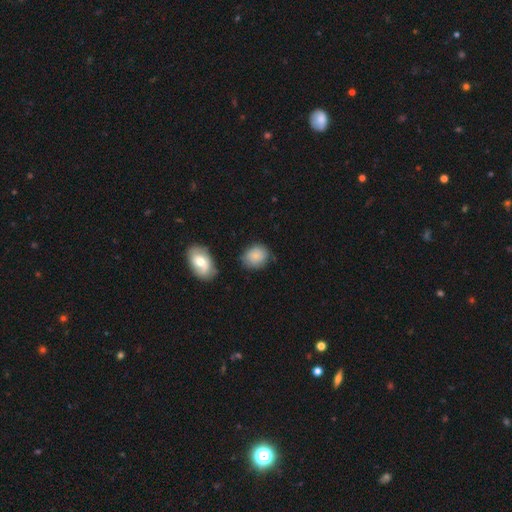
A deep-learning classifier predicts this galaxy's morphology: Q: Smooth or featured?
A: smooth (81%); runner-up: featured or disk (11%)
Q: How rounded?
A: round (59%); runner-up: in between (40%)
Q: Merging?
A: none (72%); runner-up: minor disturbance (19%)